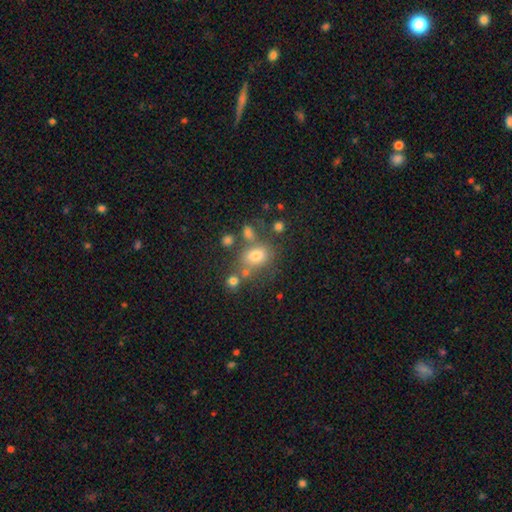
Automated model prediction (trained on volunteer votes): smooth 71%, star or artifact 16%, featured or disk 14%. Down the decision tree: how rounded — in between (61%); merging — none (54%).